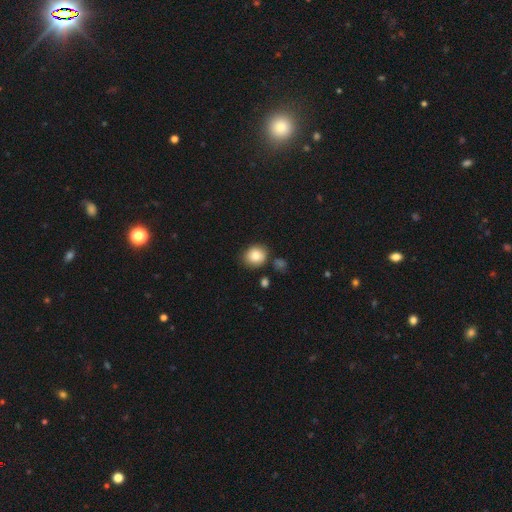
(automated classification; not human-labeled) Smooth or featured: smooth — 84% (star or artifact — 9%)
How rounded: round — 78% (in between — 21%)
Merging: none — 78% (minor disturbance — 14%)